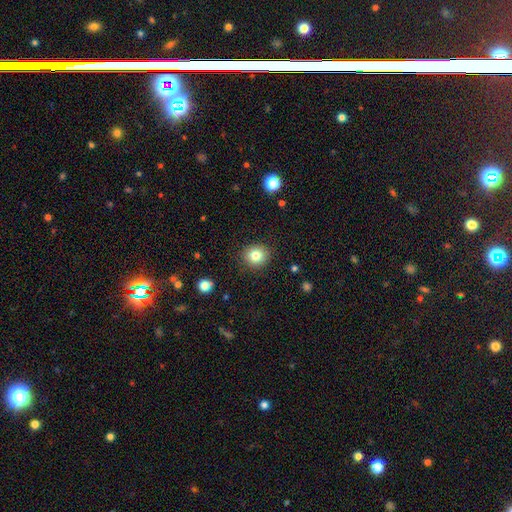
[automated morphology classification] This is clearly a smooth galaxy (81%). How rounded: clearly round (84%). Merging: clearly none (90%).